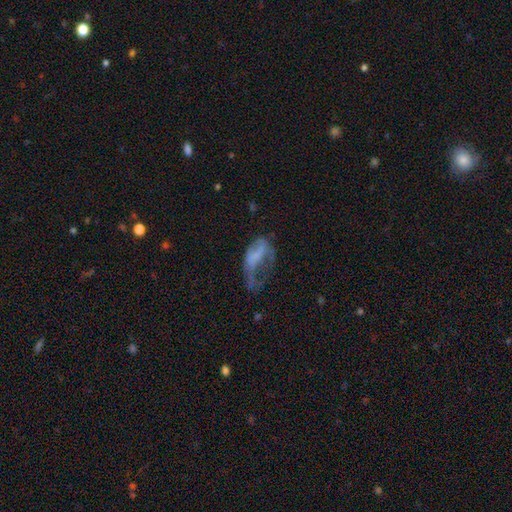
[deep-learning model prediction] A featured or disk galaxy (44%). Merging: major disturbance (61%).